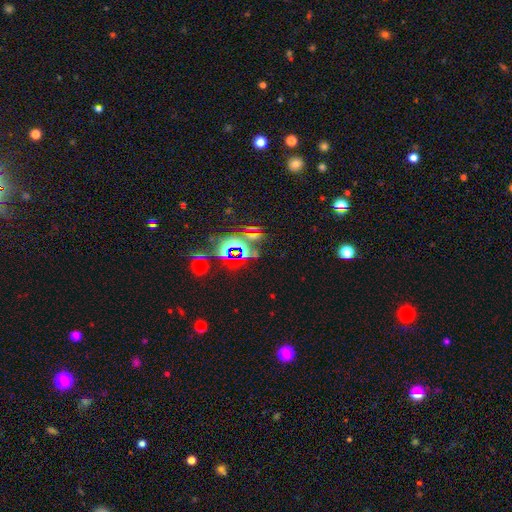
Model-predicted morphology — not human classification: star or artifact 79%, smooth 12%, featured or disk 8%.